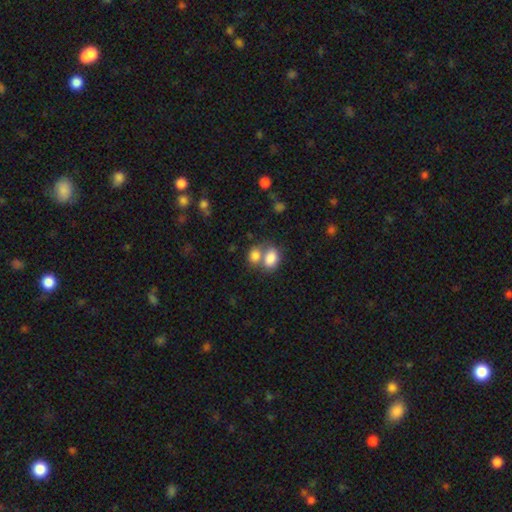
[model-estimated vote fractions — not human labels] smooth-or-featured: smooth: 82% | featured or disk: 9% | star or artifact: 9%
  how-rounded: in between: 76% | round: 23% | cigar-shaped: 1%
  merging: merger: 55% | none: 32% | minor disturbance: 9% | major disturbance: 5%